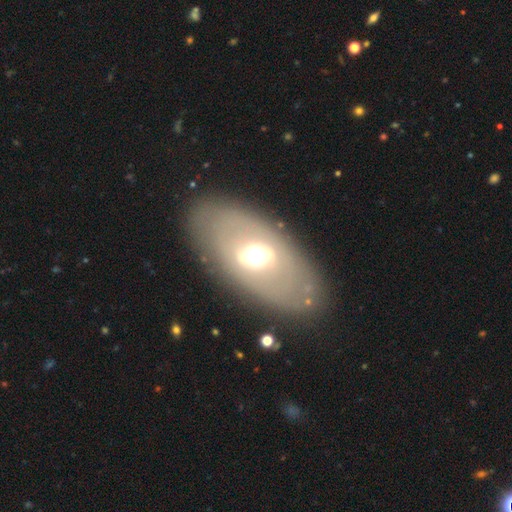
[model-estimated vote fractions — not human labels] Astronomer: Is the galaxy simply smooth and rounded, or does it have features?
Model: featured or disk — 50% (runner-up: smooth, 42%).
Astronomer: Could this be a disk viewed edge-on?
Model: no — 82%.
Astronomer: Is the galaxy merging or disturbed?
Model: none — 82%.